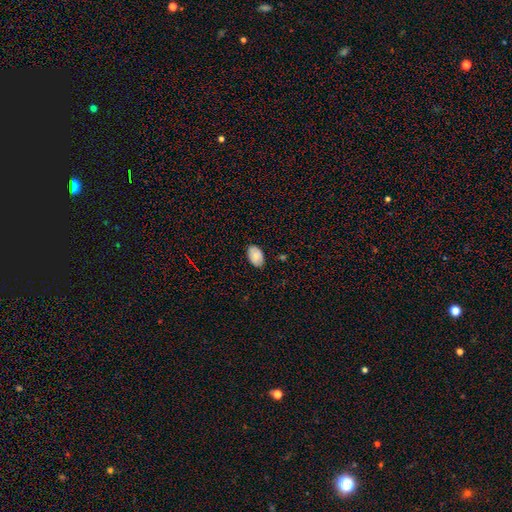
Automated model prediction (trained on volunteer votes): Smooth or featured? Predicted: smooth (p=0.70). How rounded? Predicted: in between (p=0.89). Merging? Predicted: none (p=0.84).